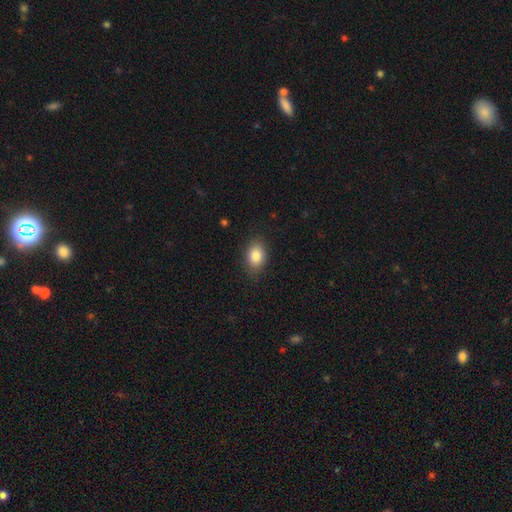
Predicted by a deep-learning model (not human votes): A smooth galaxy with no disk features (85%) that is in between round and cigar-shaped (78%). Merging: none (83%).